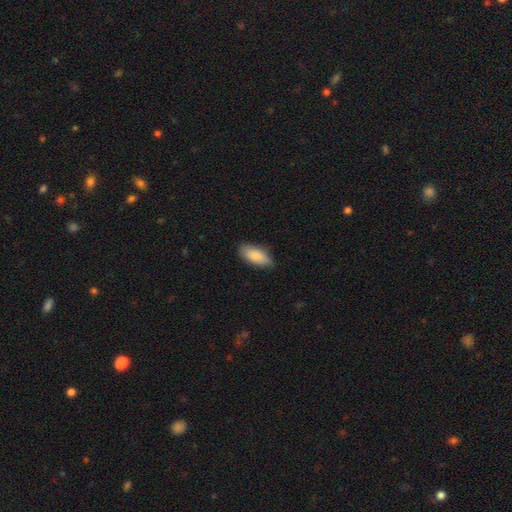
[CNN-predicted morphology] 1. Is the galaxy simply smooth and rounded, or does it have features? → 85% smooth, 9% featured or disk, 6% star or artifact.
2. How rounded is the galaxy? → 88% in between, 10% cigar-shaped, 2% round.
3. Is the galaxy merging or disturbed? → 83% none, 14% minor disturbance, 2% major disturbance, 1% merger.